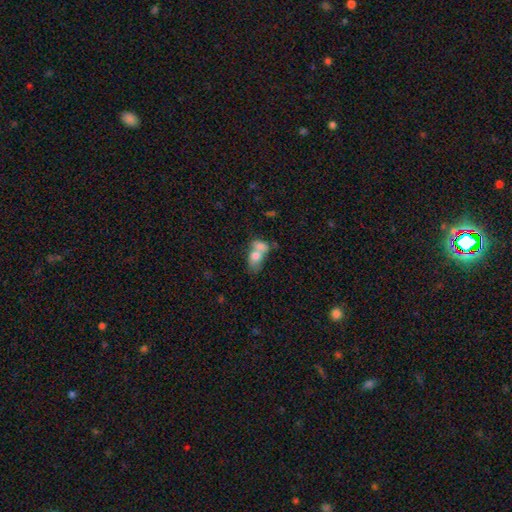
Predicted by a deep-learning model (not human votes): A smooth galaxy with no disk features (72%) that is in between round and cigar-shaped (74%). Merging: merger (73%).